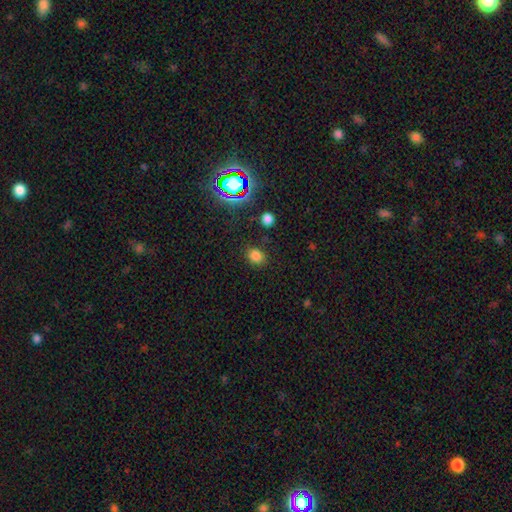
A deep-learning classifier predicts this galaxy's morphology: This is likely a smooth galaxy (77%). How rounded: likely round (63%). Merging: clearly none (82%).